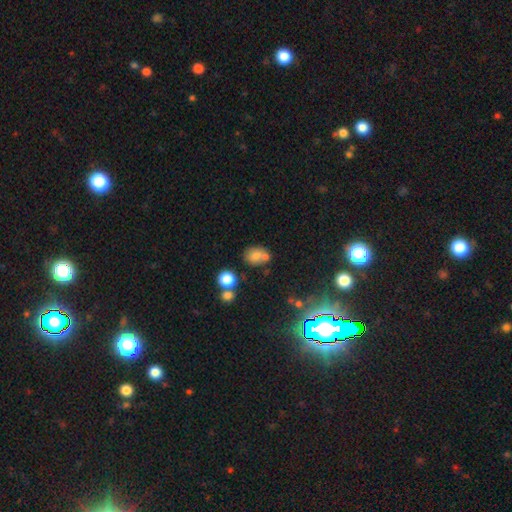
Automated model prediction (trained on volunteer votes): Smooth or featured? smooth (72%)
How rounded? in between (51%)
Merging? none (51%)